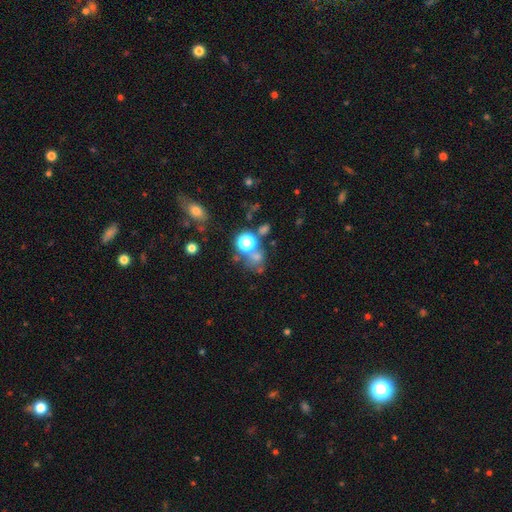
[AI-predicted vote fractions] This appears to be a smooth galaxy with no disk features (55%) that is round (75%). Merging: none (49%).